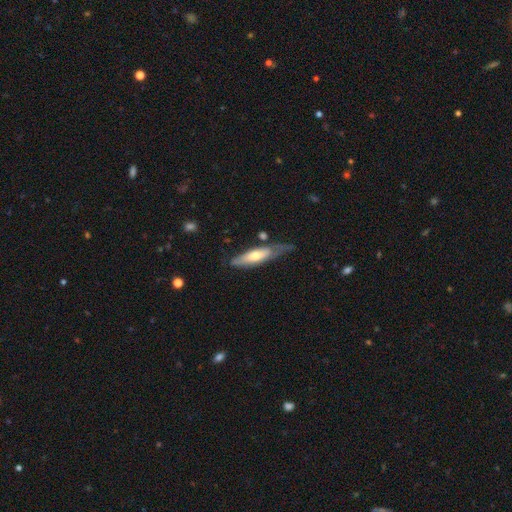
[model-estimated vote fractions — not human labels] A smooth galaxy with no disk features (49%).

Vote fractions:
- Smooth or featured? smooth: 49% / featured or disk: 45% / star or artifact: 5%
- Merging? none: 49% / minor disturbance: 32% / major disturbance: 13% / merger: 6%